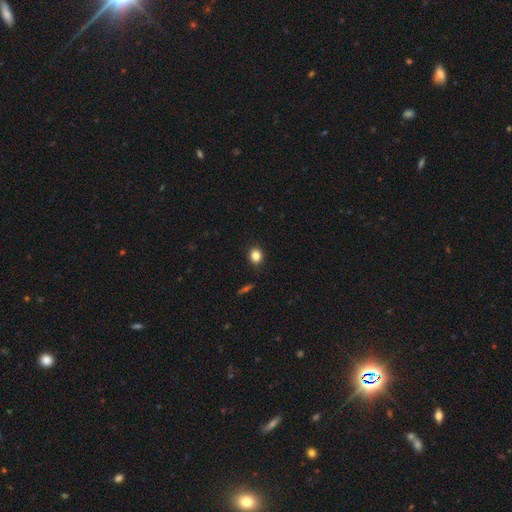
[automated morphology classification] A smooth galaxy with no disk features (84%) that is round (66%).

Vote fractions:
- Smooth or featured? smooth: 84% / star or artifact: 11% / featured or disk: 5%
- How rounded? round: 66% / in between: 33% / cigar-shaped: 1%
- Merging? none: 88% / minor disturbance: 9% / major disturbance: 2% / merger: 1%